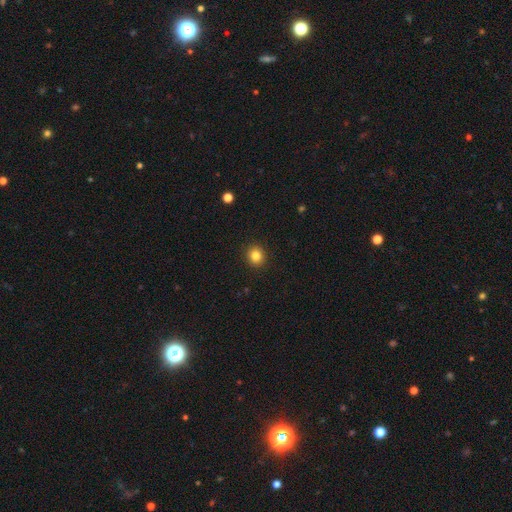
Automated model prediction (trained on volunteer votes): Smooth or featured: smooth — 83% (star or artifact — 11%)
How rounded: round — 85% (in between — 14%)
Merging: none — 92% (minor disturbance — 5%)